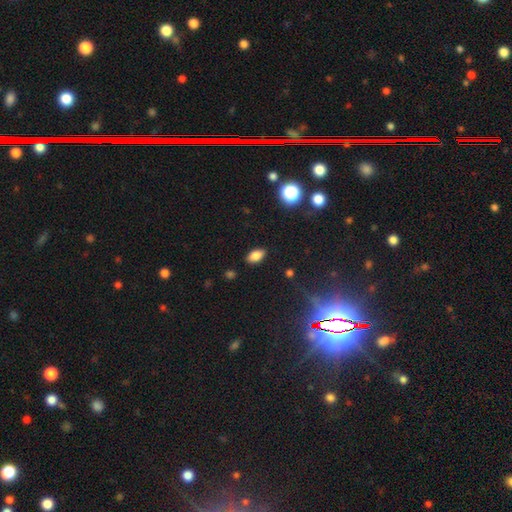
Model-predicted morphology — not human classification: Overall: smooth (82%). How rounded: in between (90%). Merging: none (86%).